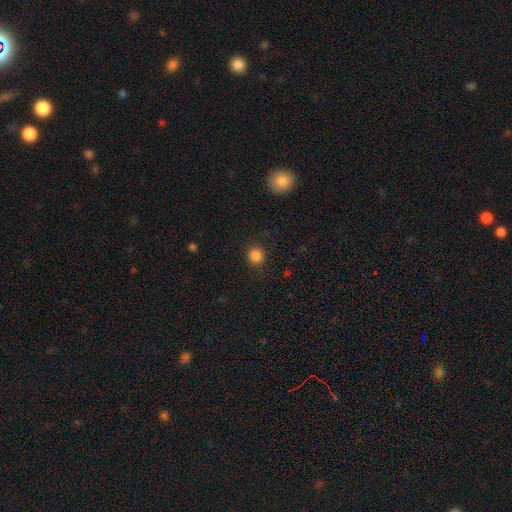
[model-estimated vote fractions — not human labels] Overall: smooth (85%). How rounded: round (85%). Merging: none (87%).